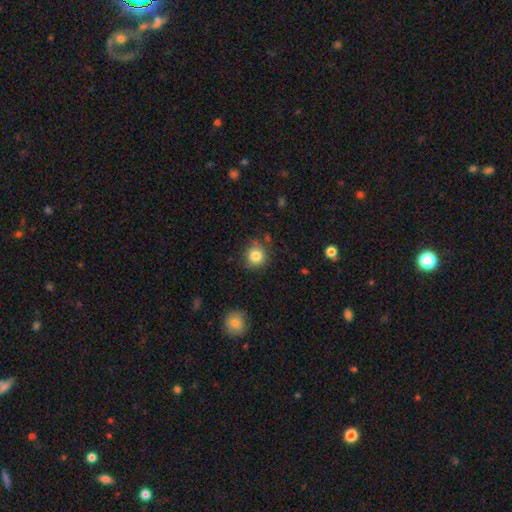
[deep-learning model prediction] Morphology: type=smooth (83%); roundness=round (88%); merging=none (78%).